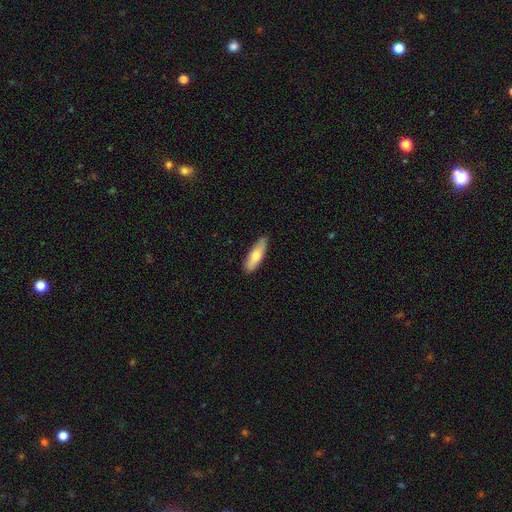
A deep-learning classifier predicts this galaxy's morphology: smooth 69%, featured or disk 25%, star or artifact 6%. Down the decision tree: how rounded — cigar-shaped (50%); merging — none (86%).